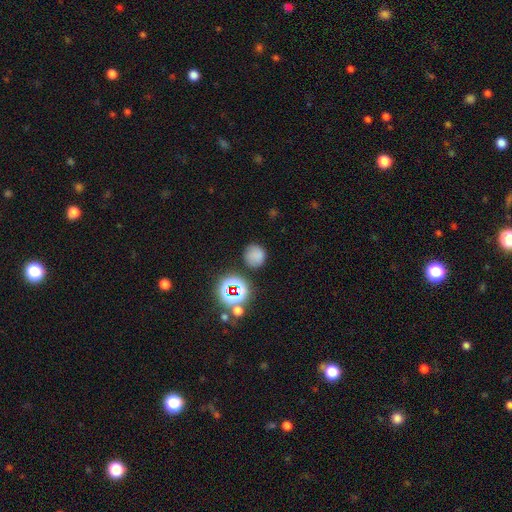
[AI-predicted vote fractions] Morphology: type=smooth (70%); roundness=round (86%); merging=none (76%).